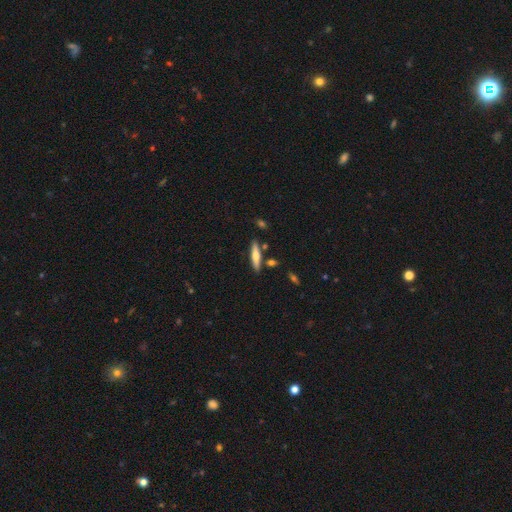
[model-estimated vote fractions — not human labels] The model was most divided on "smooth or featured": smooth: 50%, featured or disk: 43%, star or artifact: 6%. More confident: how rounded — cigar-shaped (82%); merging — none (82%).